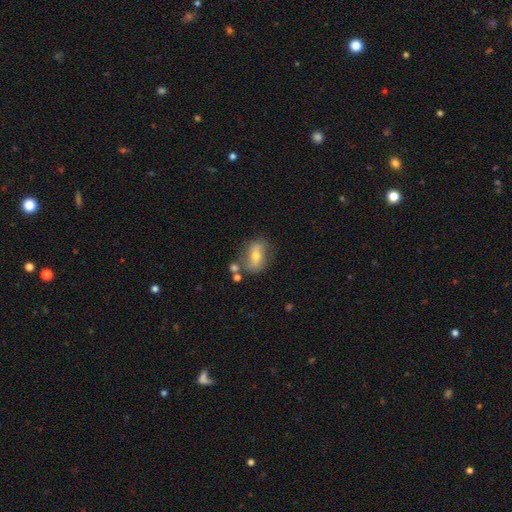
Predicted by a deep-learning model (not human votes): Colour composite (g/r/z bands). It shows a smooth galaxy with no disk features (49%). Merging: none (68%).